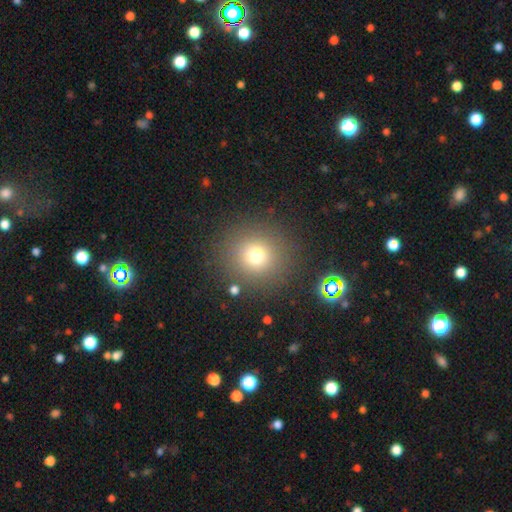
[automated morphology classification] type=smooth (72%); roundness=round (93%); merging=none (87%).